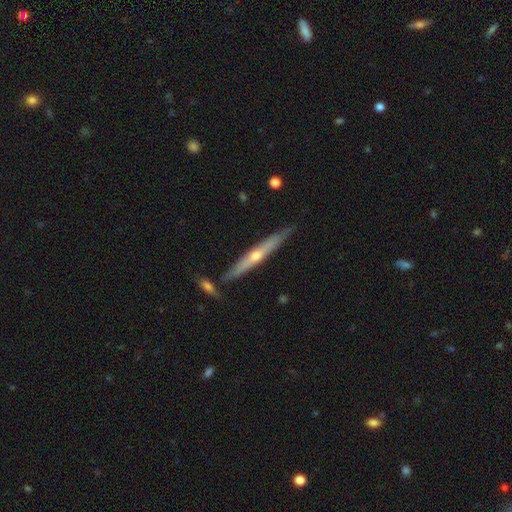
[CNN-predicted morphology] Smooth or featured? Predicted: featured or disk (p=0.68). Edge-on disk? Predicted: yes (p=0.94). Edge-on bulge? Predicted: rounded (p=0.79). Merging? Predicted: none (p=0.81).